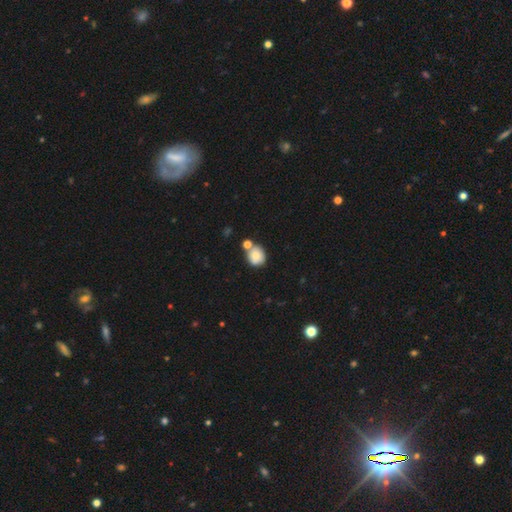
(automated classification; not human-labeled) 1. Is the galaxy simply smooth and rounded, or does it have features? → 78% smooth, 13% featured or disk, 9% star or artifact.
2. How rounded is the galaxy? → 77% round, 22% in between, 1% cigar-shaped.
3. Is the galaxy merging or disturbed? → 55% none, 26% merger, 15% minor disturbance, 4% major disturbance.